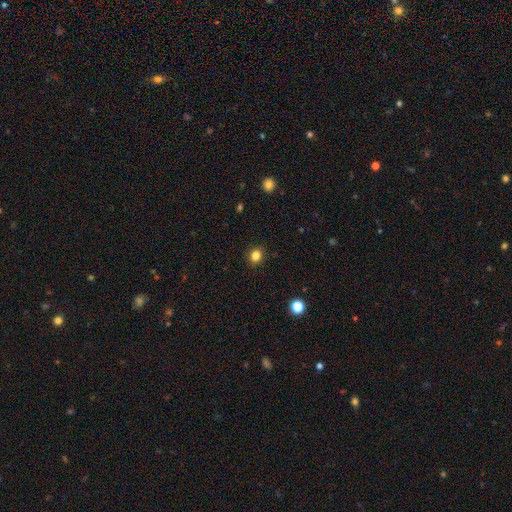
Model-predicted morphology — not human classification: Q: Smooth or featured?
A: smooth (83%); runner-up: star or artifact (12%)
Q: How rounded?
A: round (75%); runner-up: in between (24%)
Q: Merging?
A: none (90%); runner-up: minor disturbance (7%)